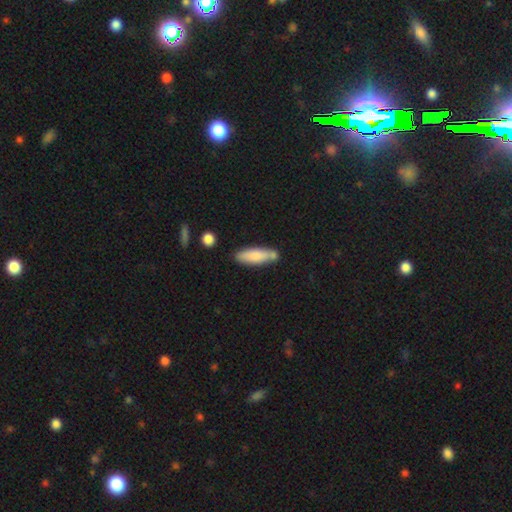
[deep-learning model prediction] A smooth galaxy with no disk features (77%) that is cigar-shaped (52%).

Vote fractions:
- Smooth or featured? smooth: 77% / featured or disk: 17% / star or artifact: 6%
- How rounded? cigar-shaped: 52% / in between: 46% / round: 2%
- Merging? none: 67% / minor disturbance: 16% / merger: 14% / major disturbance: 3%